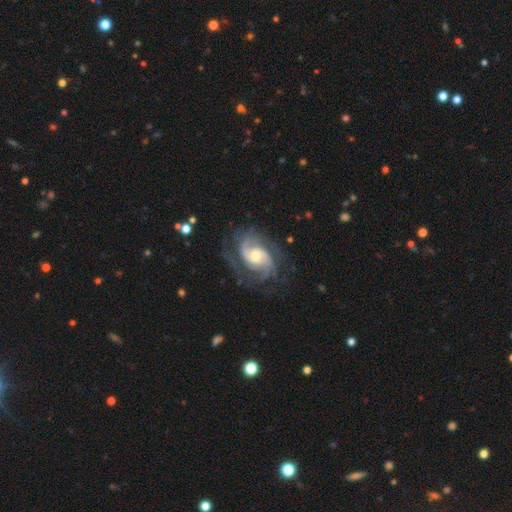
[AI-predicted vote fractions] This is clearly a featured or disk galaxy (90%). It is clearly not viewed edge-on (98%). Bar: possibly no (48%). Spiral arm pattern: clearly yes (98%). Spiral arm count: possibly 2 (46%). Spiral winding: possibly medium (47%). Central bulge: possibly moderate (57%). Merging: likely none (70%).